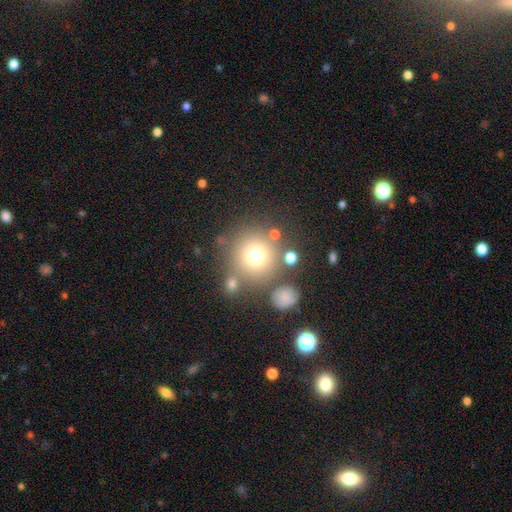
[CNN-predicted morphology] A smooth galaxy with no disk features (72%) that is round (94%). Merging: none (72%).